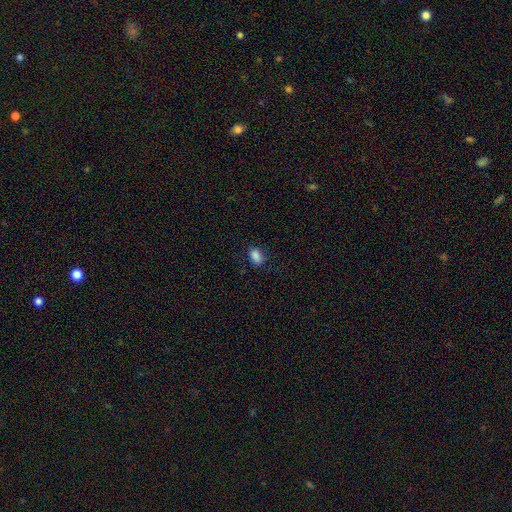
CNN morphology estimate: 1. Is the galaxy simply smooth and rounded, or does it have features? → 87% smooth, 10% star or artifact, 3% featured or disk.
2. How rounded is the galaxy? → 87% in between, 12% round, 2% cigar-shaped.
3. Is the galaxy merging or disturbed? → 83% none, 13% minor disturbance, 3% major disturbance, 1% merger.